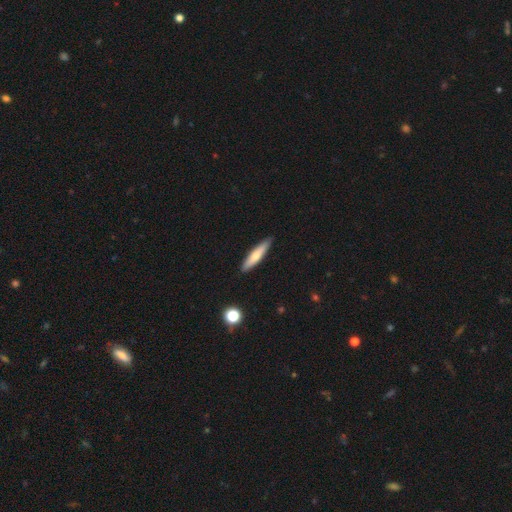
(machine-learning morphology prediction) smooth_or_featured: smooth (p=0.63) [alt: featured or disk p=0.31]
how_rounded: cigar-shaped (p=0.84) [alt: in between p=0.15]
merging: none (p=0.89) [alt: minor disturbance p=0.09]